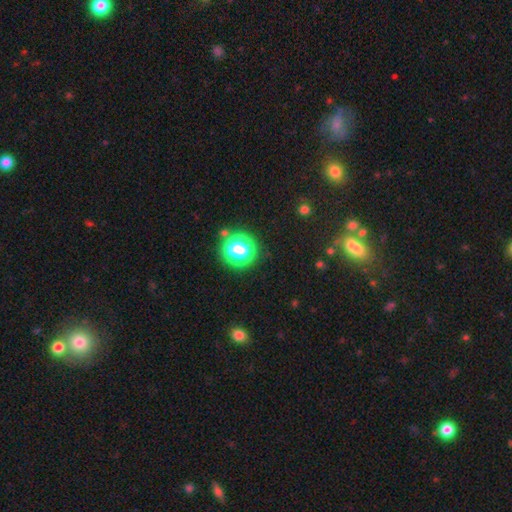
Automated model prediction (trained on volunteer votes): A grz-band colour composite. It shows a star or artifact, not a galaxy (60%).